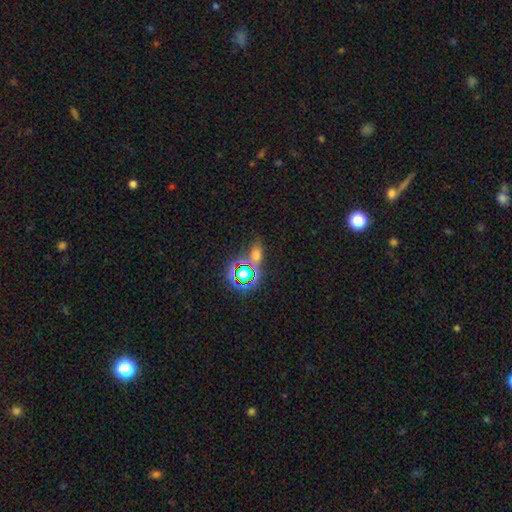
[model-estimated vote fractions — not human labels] smooth 52%, star or artifact 37%, featured or disk 11%. Down the decision tree: how rounded — in between (68%); merging — none (64%).